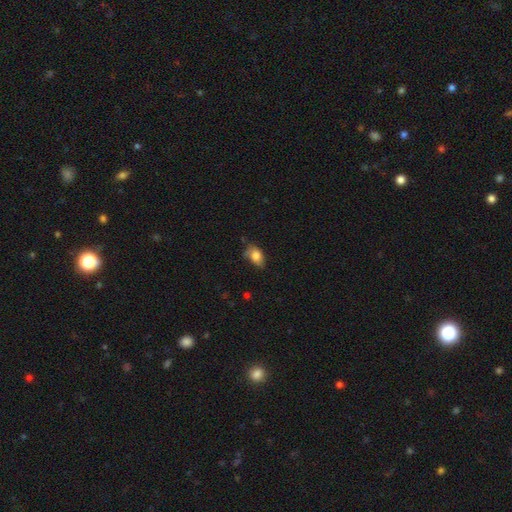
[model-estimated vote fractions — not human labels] A smooth galaxy with no disk features (79%) that is in between round and cigar-shaped (86%).

Vote fractions:
- Smooth or featured? smooth: 79% / featured or disk: 13% / star or artifact: 8%
- How rounded? in between: 86% / round: 11% / cigar-shaped: 2%
- Merging? none: 51% / minor disturbance: 36% / major disturbance: 10% / merger: 3%